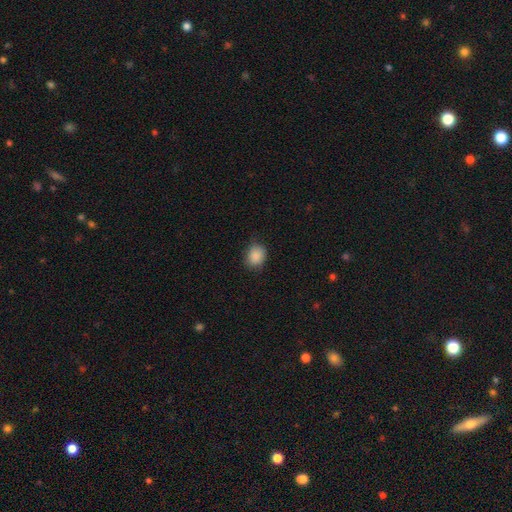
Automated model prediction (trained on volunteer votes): Q: Smooth or featured?
A: smooth (89%); runner-up: star or artifact (8%)
Q: How rounded?
A: round (55%); runner-up: in between (44%)
Q: Merging?
A: none (82%); runner-up: minor disturbance (14%)